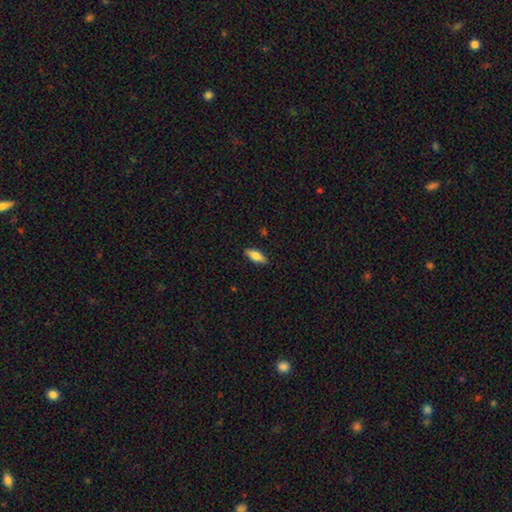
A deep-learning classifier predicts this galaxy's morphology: A smooth galaxy with no disk features (70%) that is in between round and cigar-shaped (66%). Merging: none (87%).